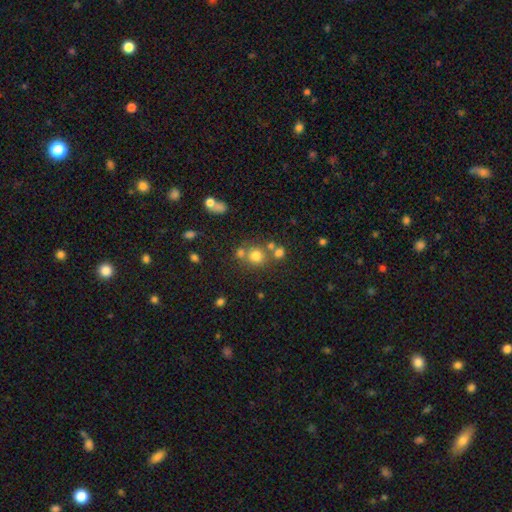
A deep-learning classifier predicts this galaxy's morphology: Overall: smooth (72%). How rounded: round (84%). Merging: none (60%; merger 25%).